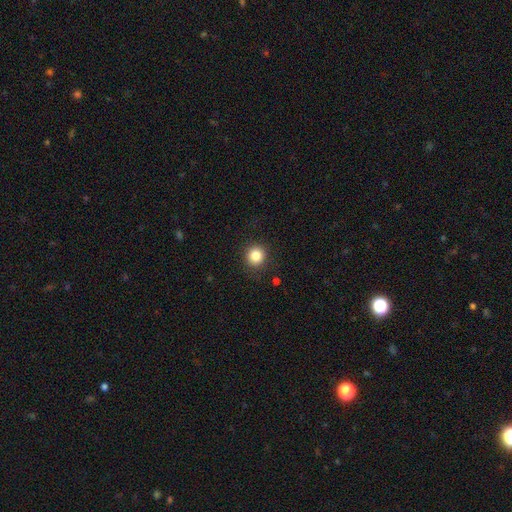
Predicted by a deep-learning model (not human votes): A smooth galaxy with no disk features (84%) that is round (92%). Merging: none (89%).